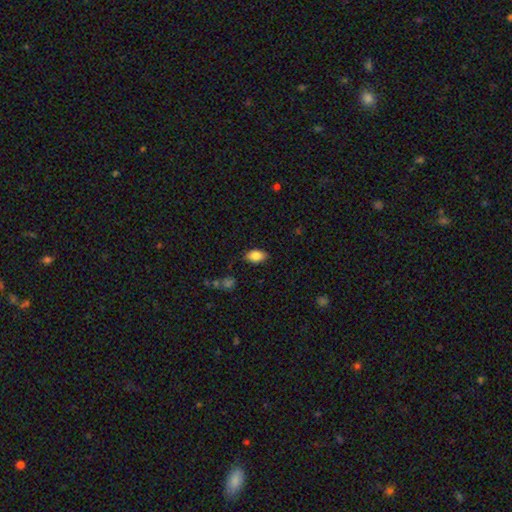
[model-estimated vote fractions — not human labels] Morphology: type=smooth (84%); roundness=in between (90%); merging=none (85%).